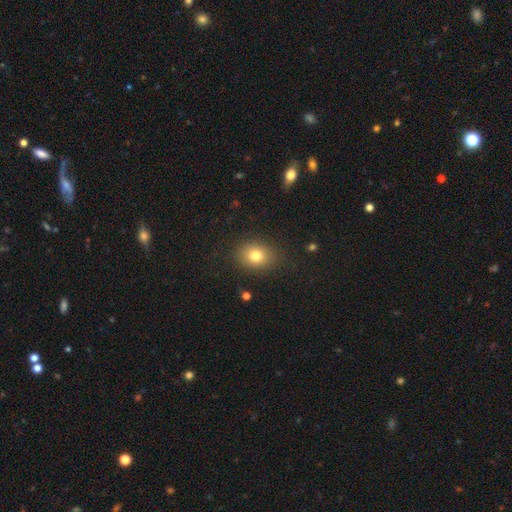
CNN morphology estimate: Q: Smooth or featured?
A: smooth (79%); runner-up: star or artifact (12%)
Q: How rounded?
A: round (52%); runner-up: in between (47%)
Q: Merging?
A: none (85%); runner-up: minor disturbance (10%)